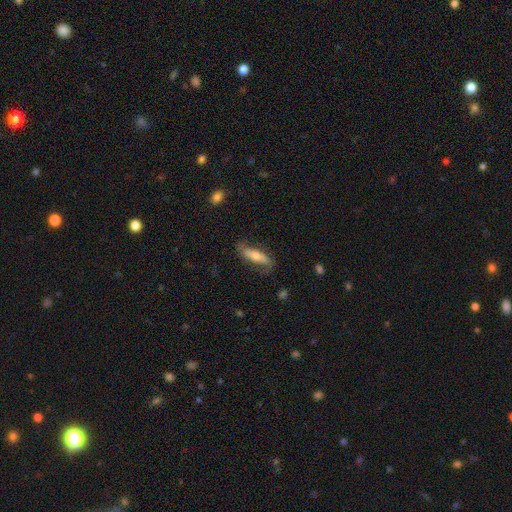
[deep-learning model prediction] Overall: smooth (50%; featured or disk 44%). Merging: none (70%).